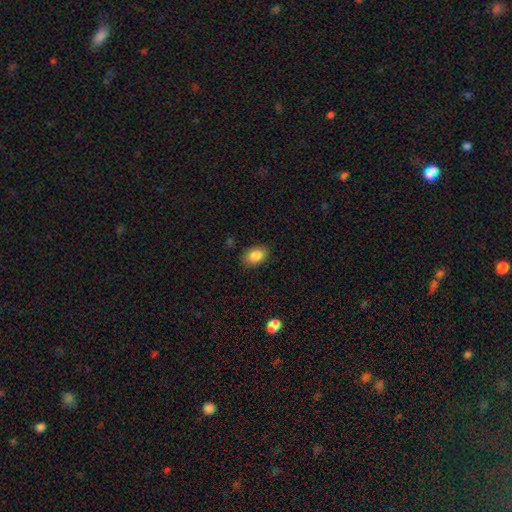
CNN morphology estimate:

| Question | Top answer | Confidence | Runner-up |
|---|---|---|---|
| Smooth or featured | smooth | 85% | star or artifact (8%) |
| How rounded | in between | 82% | round (17%) |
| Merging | none | 85% | minor disturbance (11%) |